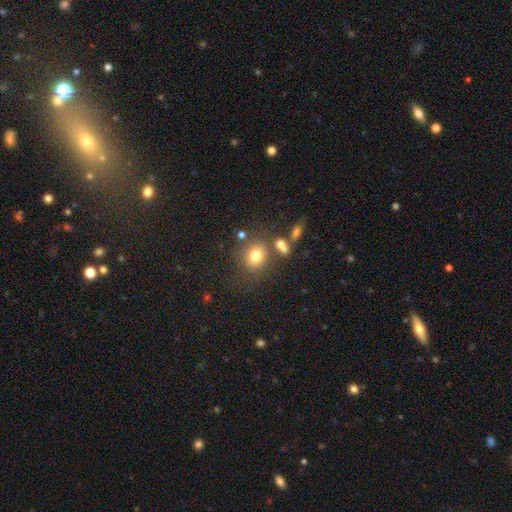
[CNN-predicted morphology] This is likely a smooth galaxy (76%). How rounded: likely round (73%). Merging: likely none (71%).